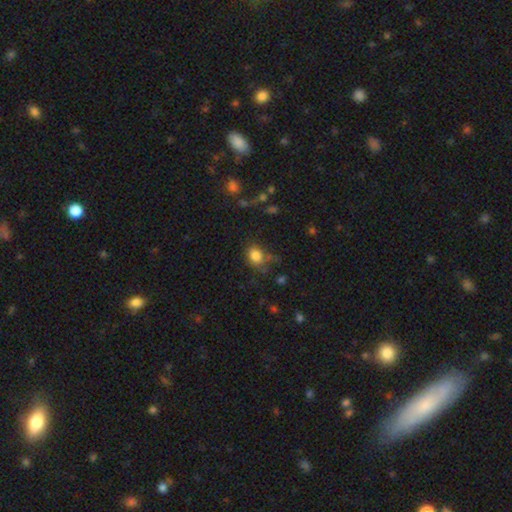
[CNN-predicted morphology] smooth-or-featured: smooth: 82% | star or artifact: 11% | featured or disk: 7%
  how-rounded: in between: 53% | round: 46% | cigar-shaped: 1%
  merging: none: 61% | minor disturbance: 23% | major disturbance: 10% | merger: 6%